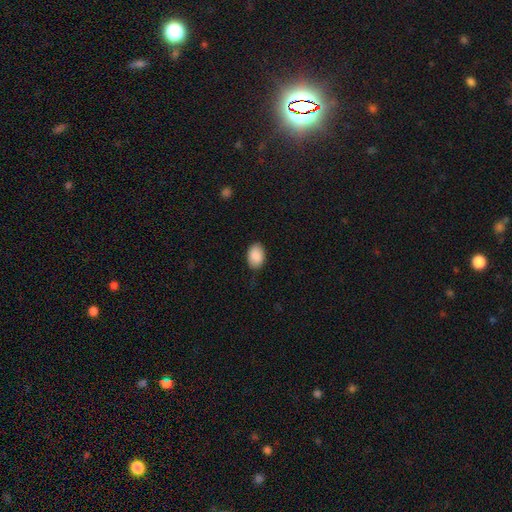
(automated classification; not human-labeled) A smooth galaxy with no disk features (90%) that is in between round and cigar-shaped (87%).

Vote fractions:
- Smooth or featured? smooth: 90% / star or artifact: 7% / featured or disk: 3%
- How rounded? in between: 87% / round: 12% / cigar-shaped: 1%
- Merging? none: 83% / minor disturbance: 13% / major disturbance: 3% / merger: 1%